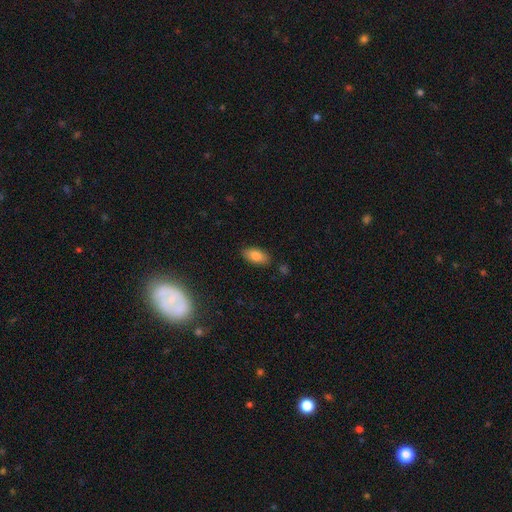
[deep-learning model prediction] Smooth or featured?
  - smooth: 82% *
  - featured or disk: 10%
  - star or artifact: 8%
How rounded?
  - in between: 91% *
  - cigar-shaped: 6%
  - round: 3%
Merging?
  - none: 86% *
  - minor disturbance: 10%
  - major disturbance: 2%
  - merger: 2%